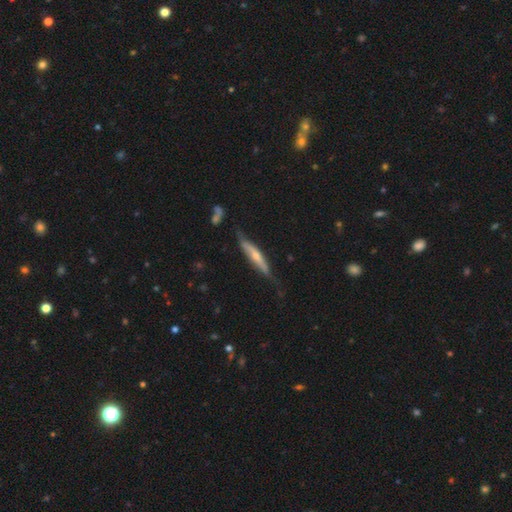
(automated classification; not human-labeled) Smooth or featured? Predicted: featured or disk (p=0.56). Edge-on disk? Predicted: yes (p=0.84). Merging? Predicted: none (p=0.57).